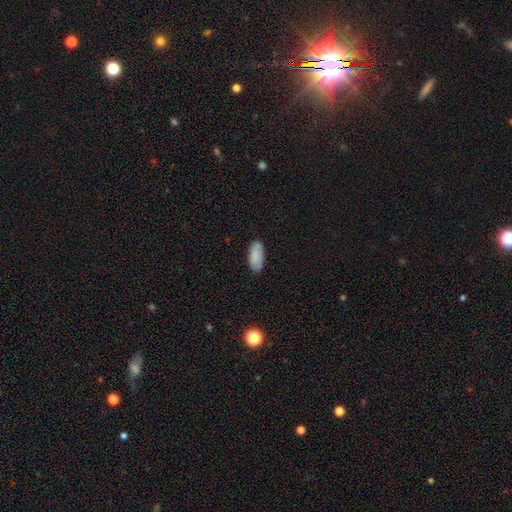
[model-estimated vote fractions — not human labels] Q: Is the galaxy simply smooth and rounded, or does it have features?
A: smooth — 86%.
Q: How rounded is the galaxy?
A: in between — 89%.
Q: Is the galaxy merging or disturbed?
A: none — 82%.